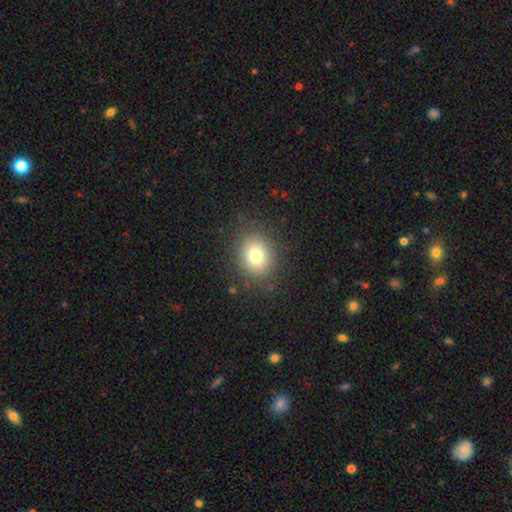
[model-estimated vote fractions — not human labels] The model was most divided on "how rounded": round: 67%, in between: 33%, cigar-shaped: 1%. More confident: merging — none (85%); smooth or featured — smooth (77%).